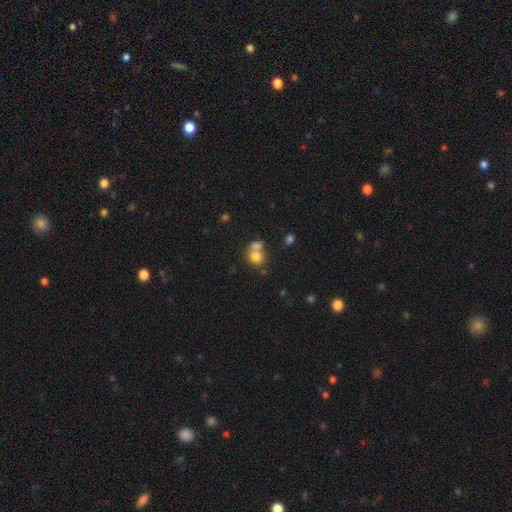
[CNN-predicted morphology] A smooth galaxy with no disk features (76%) that is round (75%). Merging: merger (54%).